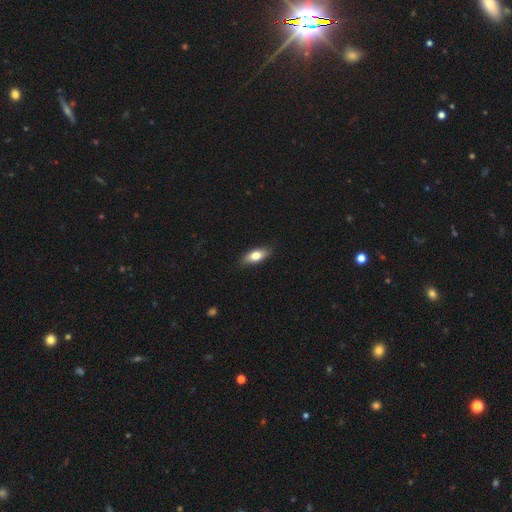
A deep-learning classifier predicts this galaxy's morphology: This appears to be a smooth galaxy with no disk features (76%) that is in between round and cigar-shaped (80%). Merging: none (87%).